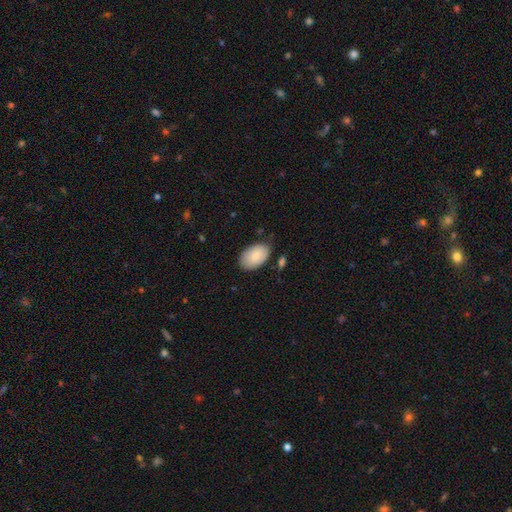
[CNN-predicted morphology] Q: Smooth or featured?
A: smooth (84%); runner-up: featured or disk (10%)
Q: How rounded?
A: in between (93%); runner-up: round (6%)
Q: Merging?
A: none (76%); runner-up: minor disturbance (18%)